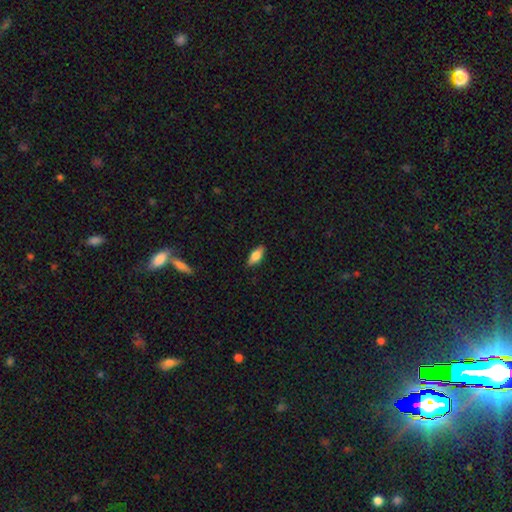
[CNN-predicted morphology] A smooth galaxy with no disk features (76%) that is in between round and cigar-shaped (80%).

Vote fractions:
- Smooth or featured? smooth: 76% / featured or disk: 17% / star or artifact: 7%
- How rounded? in between: 80% / cigar-shaped: 18% / round: 3%
- Merging? none: 86% / minor disturbance: 11% / major disturbance: 2% / merger: 1%